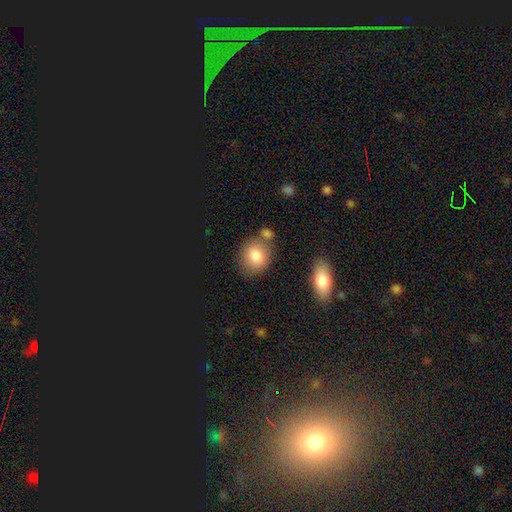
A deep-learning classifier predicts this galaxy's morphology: A smooth galaxy with no disk features (83%) that is round (64%).

Vote fractions:
- Smooth or featured? smooth: 83% / featured or disk: 9% / star or artifact: 8%
- How rounded? round: 64% / in between: 35% / cigar-shaped: 1%
- Merging? none: 64% / merger: 16% / minor disturbance: 15% / major disturbance: 5%